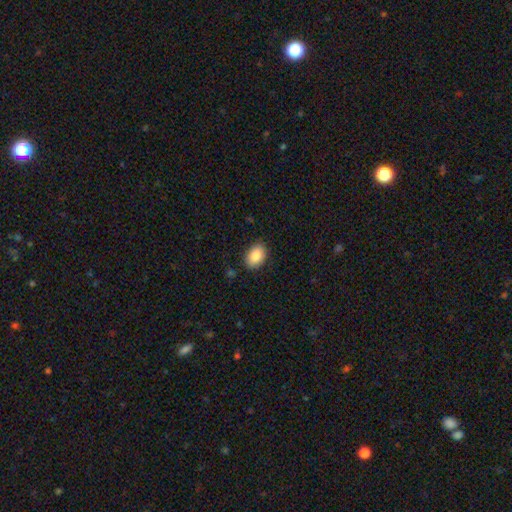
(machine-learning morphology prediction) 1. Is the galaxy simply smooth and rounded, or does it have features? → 84% smooth, 8% featured or disk, 8% star or artifact.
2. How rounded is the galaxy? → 83% in between, 16% round, 1% cigar-shaped.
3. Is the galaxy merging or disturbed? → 87% none, 10% minor disturbance, 2% major disturbance, 1% merger.